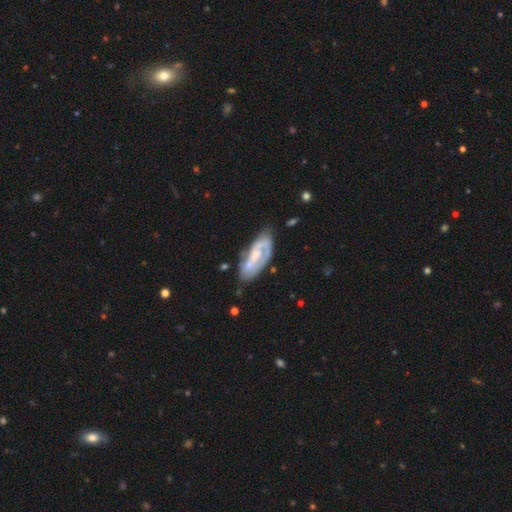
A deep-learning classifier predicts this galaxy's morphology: Smooth or featured: featured or disk — 73% (smooth — 21%)
Edge-on disk: no — 92% (yes — 8%)
Bar: no — 44% (weak — 39%)
Spiral arms: yes — 84% (no — 16%)
Spiral winding: tight — 47% (medium — 38%)
Spiral arm count: 2 — 51% (1 — 25%)
Bulge size: small — 39% (moderate — 34%)
Merging: none — 65% (minor disturbance — 21%)